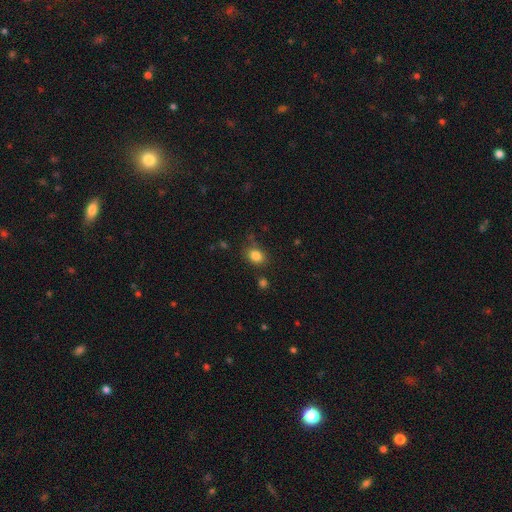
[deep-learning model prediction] The model was most divided on "how rounded": in between: 53%, round: 46%, cigar-shaped: 1%. More confident: smooth or featured — smooth (83%); merging — none (76%).